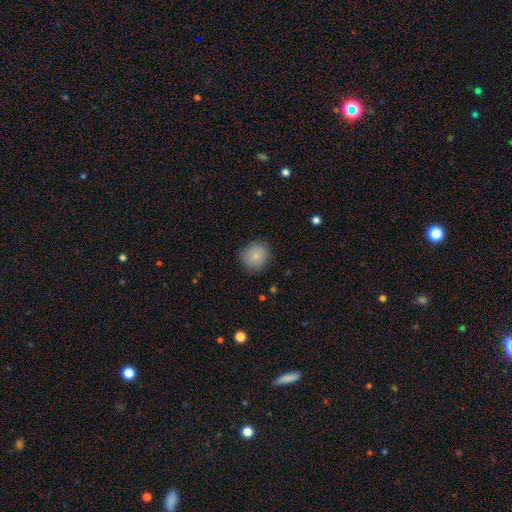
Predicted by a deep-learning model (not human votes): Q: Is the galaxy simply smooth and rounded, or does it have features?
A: smooth — 83%.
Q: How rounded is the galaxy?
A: round — 83%.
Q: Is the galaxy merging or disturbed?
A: none — 84%.